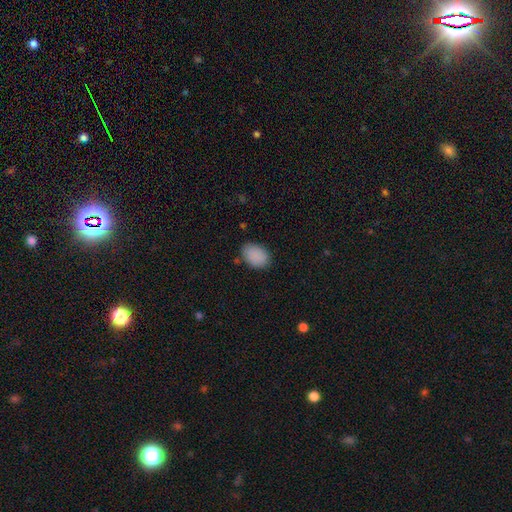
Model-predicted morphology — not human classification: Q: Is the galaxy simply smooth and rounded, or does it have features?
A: smooth — 89%.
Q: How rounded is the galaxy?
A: in between — 81%.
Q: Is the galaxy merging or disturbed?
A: none — 79%.